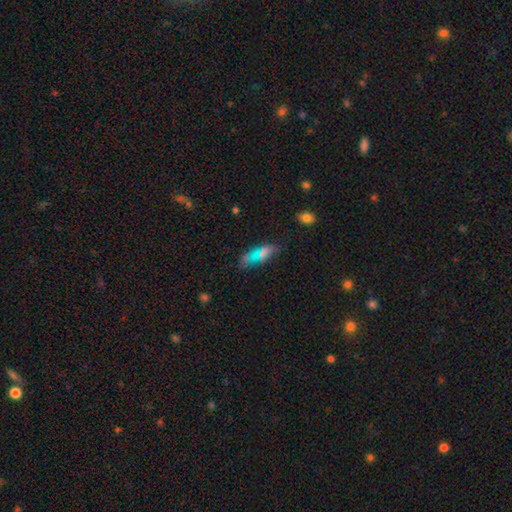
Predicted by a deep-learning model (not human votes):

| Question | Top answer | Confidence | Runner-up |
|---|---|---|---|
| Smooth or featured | smooth | 63% | star or artifact (22%) |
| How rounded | in between | 74% | cigar-shaped (21%) |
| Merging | none | 73% | minor disturbance (17%) |